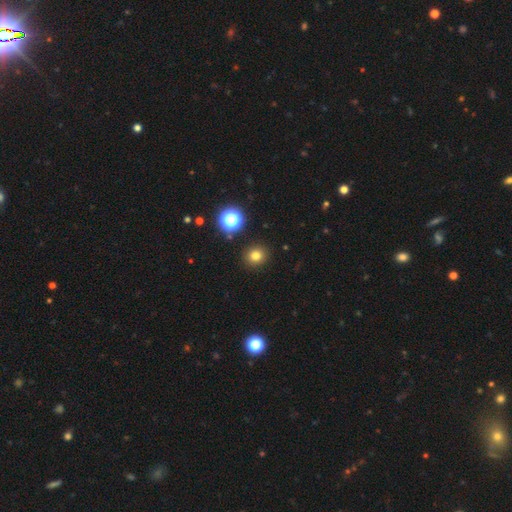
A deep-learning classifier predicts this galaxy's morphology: Smooth or featured? Predicted: smooth (p=0.78). How rounded? Predicted: round (p=0.86). Merging? Predicted: none (p=0.91).